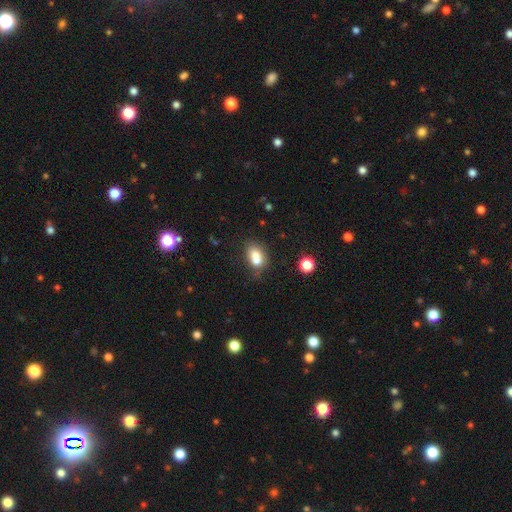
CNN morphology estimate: Smooth or featured: smooth — 73% (featured or disk — 16%)
How rounded: in between — 74% (round — 24%)
Merging: merger — 42% (none — 36%)